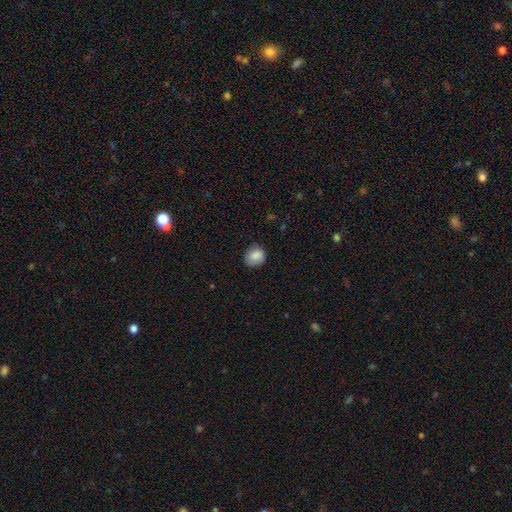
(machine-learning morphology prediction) smooth 86%, star or artifact 8%, featured or disk 6%. Down the decision tree: how rounded — round (72%); merging — none (79%).